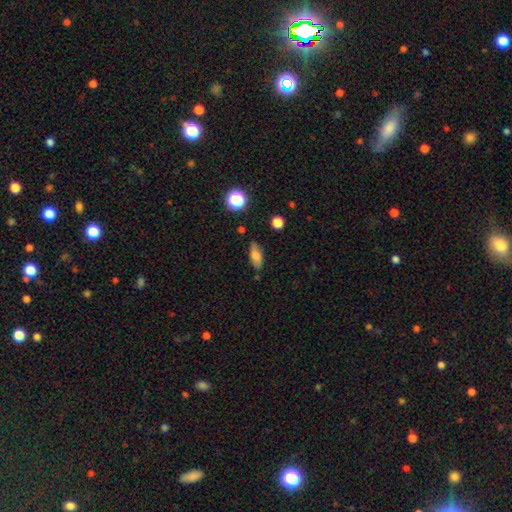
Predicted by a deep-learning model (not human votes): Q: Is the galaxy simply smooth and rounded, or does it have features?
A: smooth — 74%.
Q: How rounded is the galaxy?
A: in between — 79%.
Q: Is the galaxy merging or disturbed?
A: none — 80%.